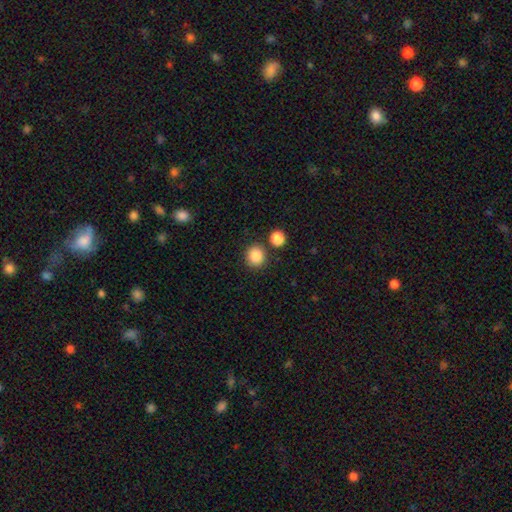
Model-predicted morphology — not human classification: smooth 87%, star or artifact 9%, featured or disk 4%. Down the decision tree: how rounded — round (86%); merging — none (83%).